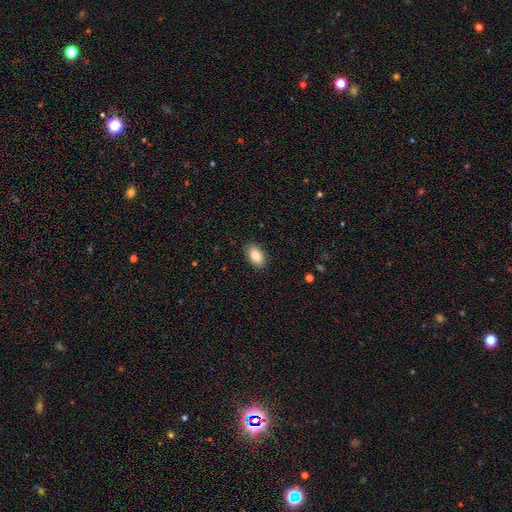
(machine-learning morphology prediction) smooth 87%, star or artifact 7%, featured or disk 7%. Down the decision tree: how rounded — in between (93%); merging — none (88%).